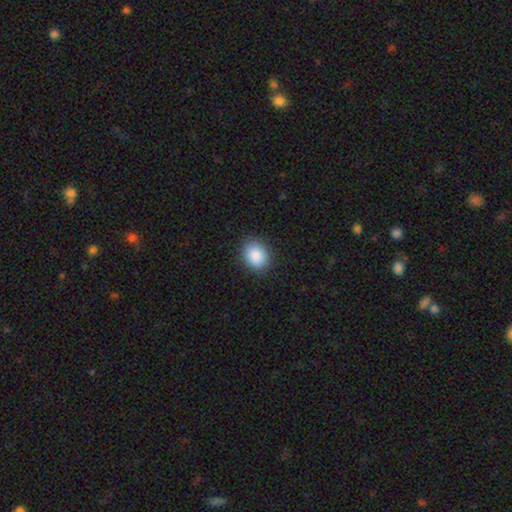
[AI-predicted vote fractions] smooth-or-featured: smooth: 89% | star or artifact: 8% | featured or disk: 4%
  how-rounded: round: 53% | in between: 47% | cigar-shaped: 1%
  merging: none: 88% | minor disturbance: 8% | major disturbance: 2% | merger: 1%